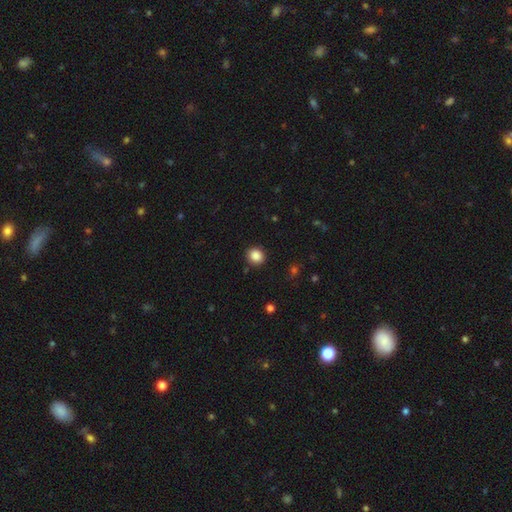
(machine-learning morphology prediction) Smooth or featured: smooth — 87% (star or artifact — 10%)
How rounded: round — 85% (in between — 14%)
Merging: none — 90% (minor disturbance — 6%)